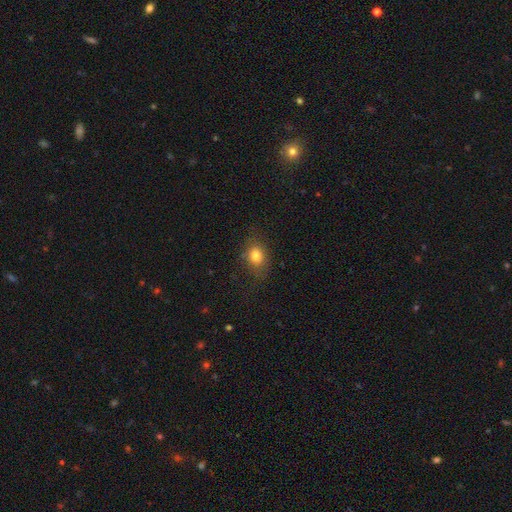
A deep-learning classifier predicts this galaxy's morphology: Q: Smooth or featured?
A: smooth (80%); runner-up: star or artifact (11%)
Q: How rounded?
A: in between (57%); runner-up: round (42%)
Q: Merging?
A: none (76%); runner-up: minor disturbance (16%)